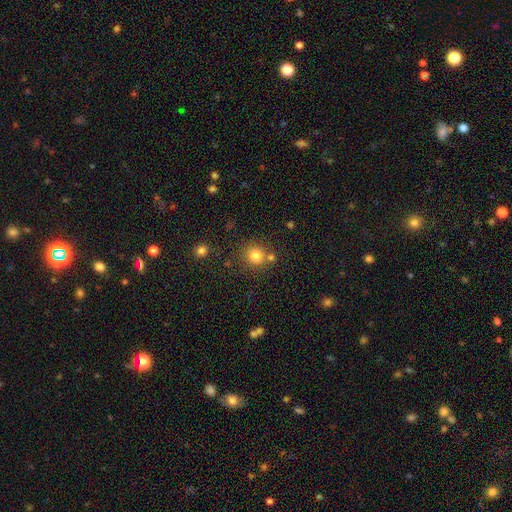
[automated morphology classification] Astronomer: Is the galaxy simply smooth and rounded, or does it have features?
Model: smooth — 80%.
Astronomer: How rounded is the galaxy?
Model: round — 91%.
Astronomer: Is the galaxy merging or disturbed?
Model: none — 74%.